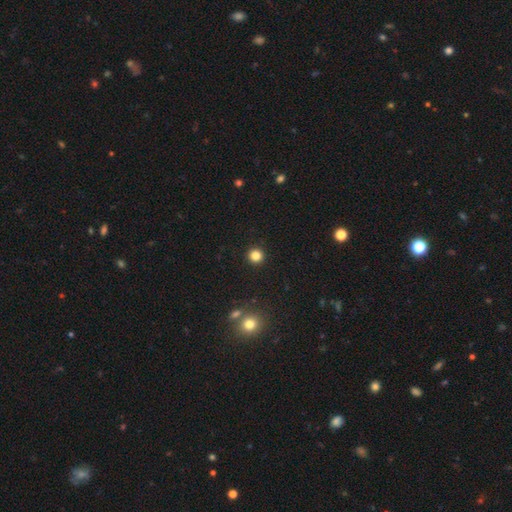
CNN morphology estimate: A smooth galaxy with no disk features (83%) that is round (95%). Merging: none (93%).